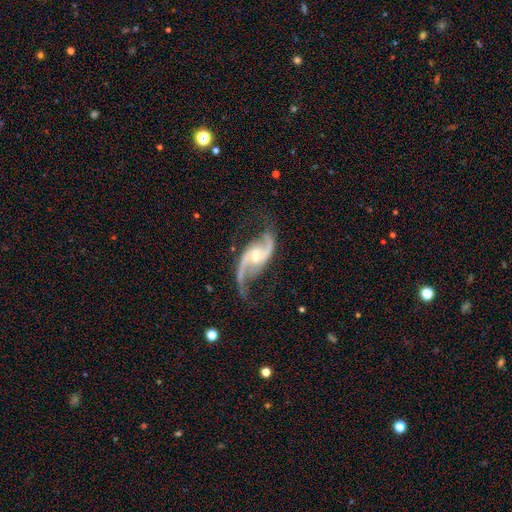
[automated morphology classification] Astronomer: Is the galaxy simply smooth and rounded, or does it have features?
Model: featured or disk — 92%.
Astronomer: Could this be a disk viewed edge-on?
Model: no — 97%.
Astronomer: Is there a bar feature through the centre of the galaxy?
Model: weak — 47% (runner-up: no, 33%).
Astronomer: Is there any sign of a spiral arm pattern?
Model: yes — 98%.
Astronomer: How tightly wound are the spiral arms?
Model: loose — 62%.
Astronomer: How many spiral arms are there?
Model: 2 — 93%.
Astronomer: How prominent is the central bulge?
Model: moderate — 59%.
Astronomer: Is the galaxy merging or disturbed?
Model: none — 71%.